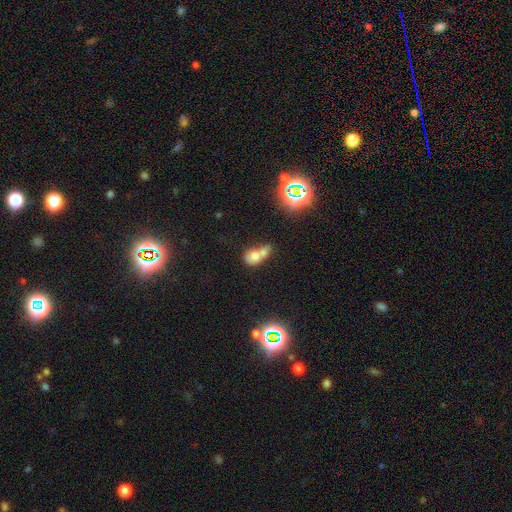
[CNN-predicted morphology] This is likely a smooth galaxy (66%). How rounded: possibly in between (49%). Merging: likely merger (70%).